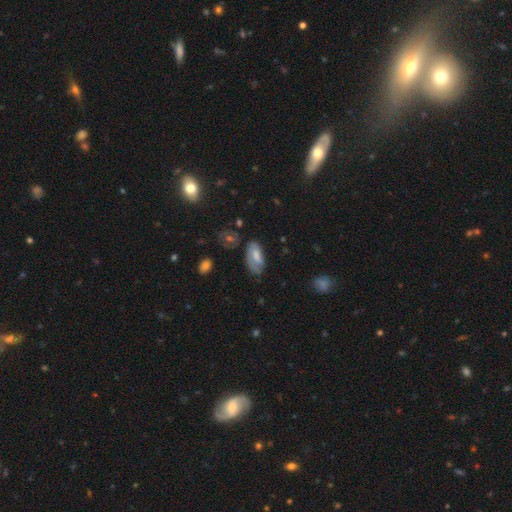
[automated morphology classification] Smooth or featured? smooth (62%)
How rounded? in between (88%)
Merging? none (49%)